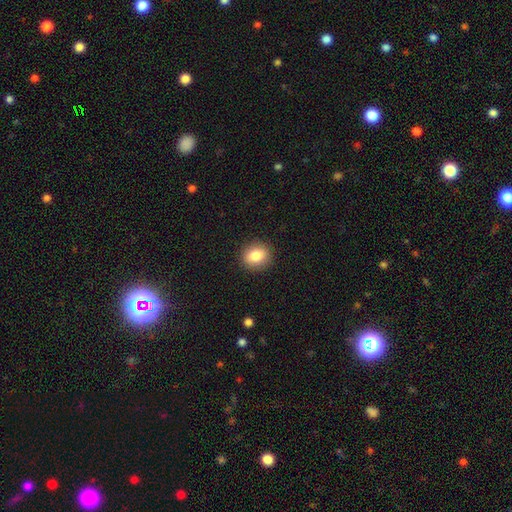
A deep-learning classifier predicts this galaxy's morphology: Overall: smooth (84%). How rounded: round (63%; in between 35%). Merging: none (90%).